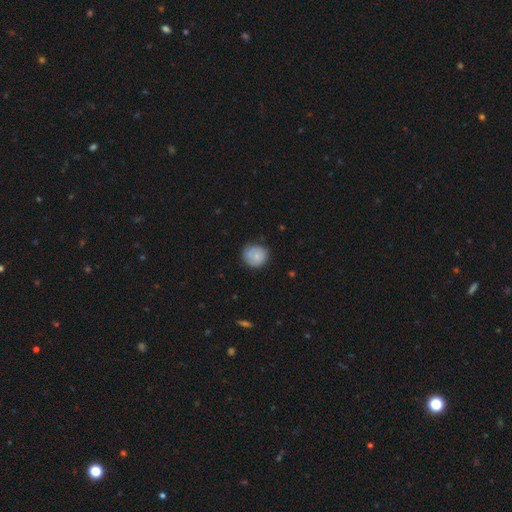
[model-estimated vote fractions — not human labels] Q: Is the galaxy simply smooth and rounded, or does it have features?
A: smooth — 71%.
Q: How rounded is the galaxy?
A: round — 88%.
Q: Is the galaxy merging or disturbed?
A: none — 74%.